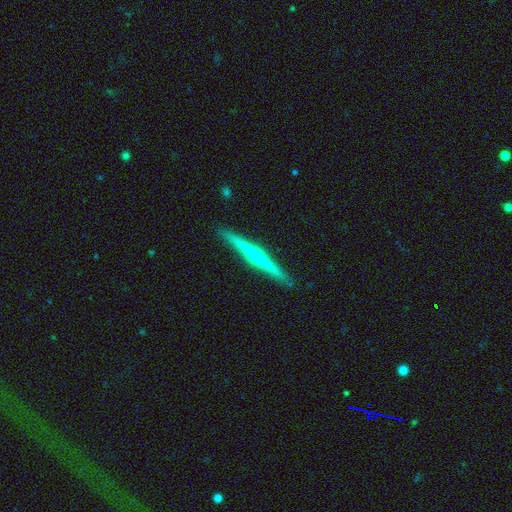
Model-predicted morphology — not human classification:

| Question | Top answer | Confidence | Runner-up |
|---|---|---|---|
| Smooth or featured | featured or disk | 80% | smooth (15%) |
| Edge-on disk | yes | 98% | no (2%) |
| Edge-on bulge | rounded | 91% | none (6%) |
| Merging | none | 91% | minor disturbance (6%) |